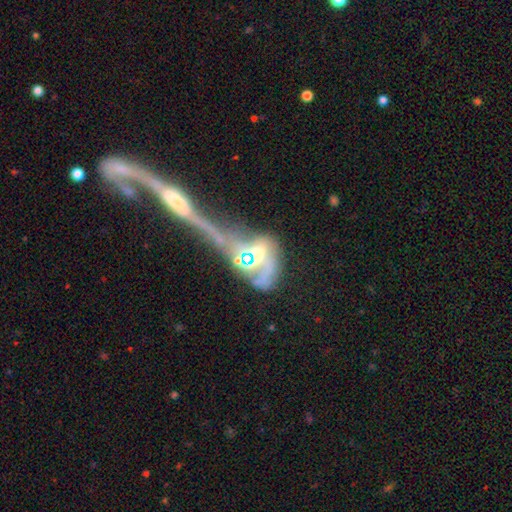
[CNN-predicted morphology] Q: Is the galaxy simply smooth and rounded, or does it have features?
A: featured or disk — 43%.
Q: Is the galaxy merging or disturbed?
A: merger — 46%.